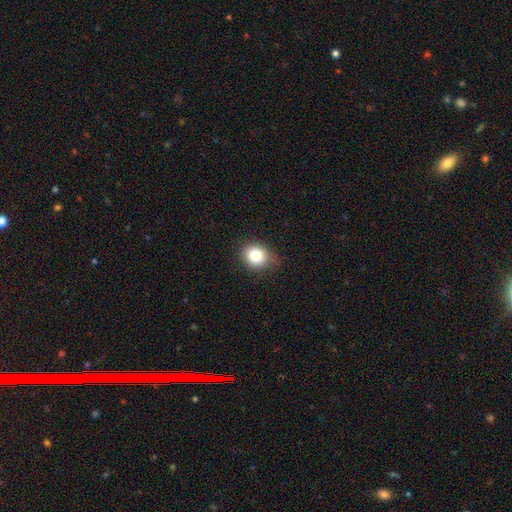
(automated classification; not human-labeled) This is clearly a smooth galaxy (83%). How rounded: likely round (69%). Merging: likely none (78%).